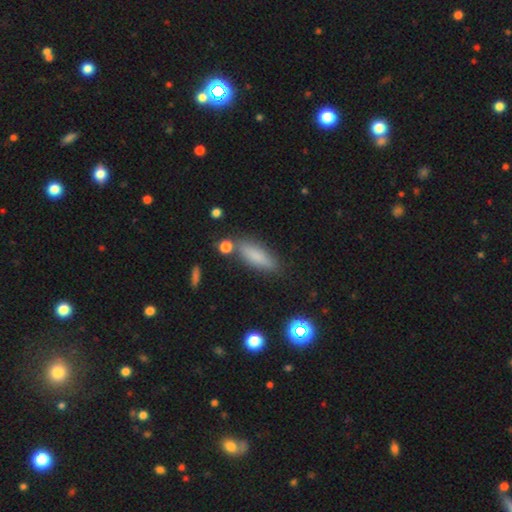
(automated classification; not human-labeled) The model was most divided on "how rounded": cigar-shaped: 50%, in between: 47%, round: 3%. More confident: merging — none (77%); smooth or featured — smooth (77%).